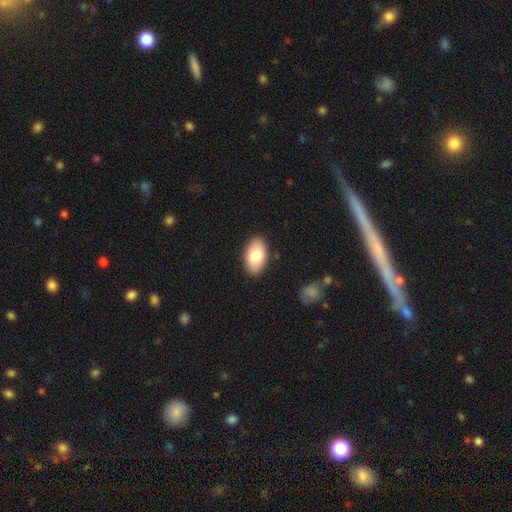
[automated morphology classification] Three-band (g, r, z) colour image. It shows a smooth galaxy with no disk features (81%) that is in between round and cigar-shaped (94%). Merging: none (88%).